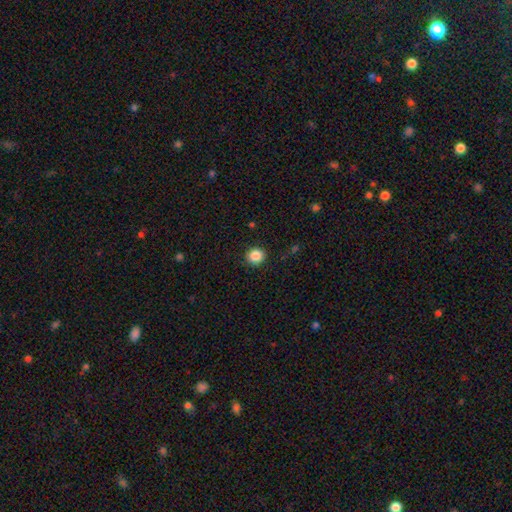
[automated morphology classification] A smooth galaxy with no disk features (87%) that is round (90%).

Vote fractions:
- Smooth or featured? smooth: 87% / star or artifact: 10% / featured or disk: 4%
- How rounded? round: 90% / in between: 9% / cigar-shaped: 1%
- Merging? none: 91% / minor disturbance: 6% / major disturbance: 2% / merger: 1%